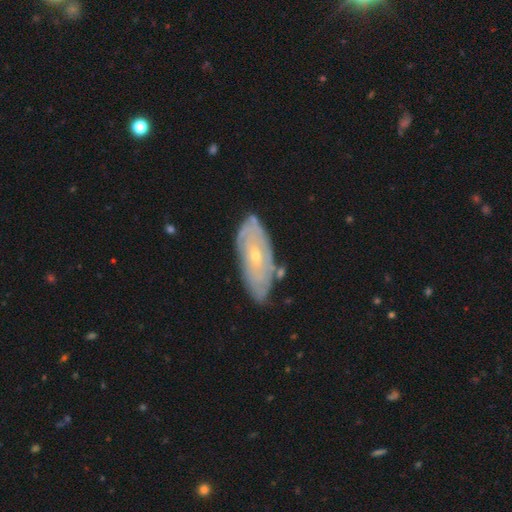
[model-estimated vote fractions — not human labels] smooth_or_featured: featured or disk (p=0.69) [alt: smooth p=0.24]
disk_edge_on: no (p=0.86) [alt: yes p=0.14]
bar: no (p=0.76) [alt: weak p=0.19]
has_spiral_arms: yes (p=0.69) [alt: no p=0.31]
bulge_size: small (p=0.67) [alt: moderate p=0.30]
merging: none (p=0.78) [alt: minor disturbance p=0.15]